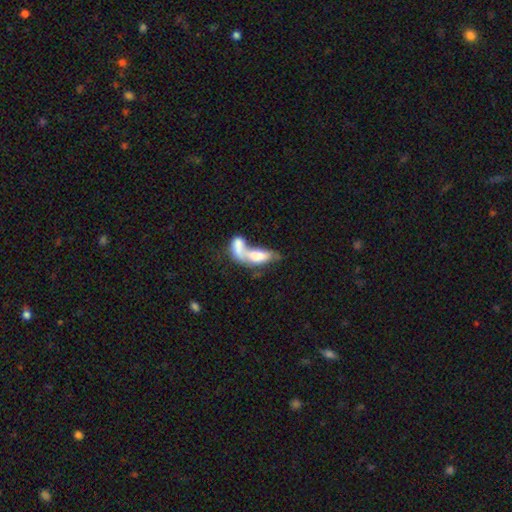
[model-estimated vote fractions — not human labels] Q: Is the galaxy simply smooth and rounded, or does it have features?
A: smooth — 60%.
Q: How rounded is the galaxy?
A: in between — 79%.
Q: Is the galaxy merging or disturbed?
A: merger — 75%.